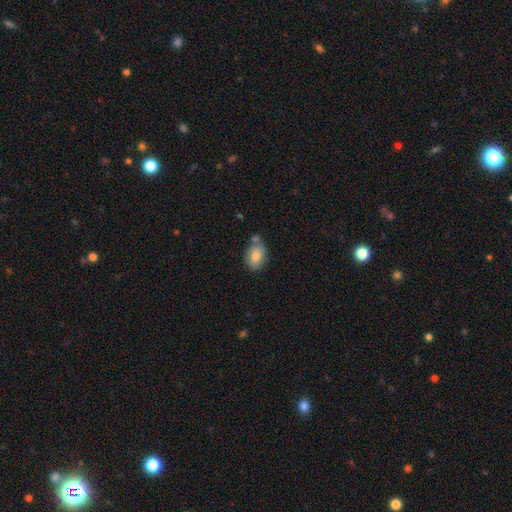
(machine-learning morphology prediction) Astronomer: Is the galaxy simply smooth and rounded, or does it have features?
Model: smooth — 81%.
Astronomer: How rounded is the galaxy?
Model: in between — 80%.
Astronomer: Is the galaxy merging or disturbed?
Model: none — 65%.